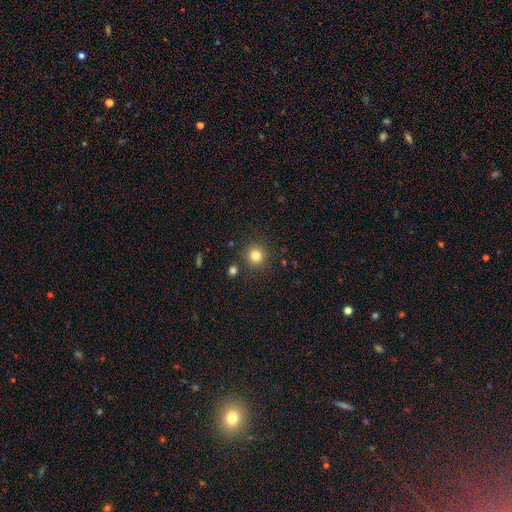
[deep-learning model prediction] Smooth or featured?
  - smooth: 81% *
  - star or artifact: 13%
  - featured or disk: 6%
How rounded?
  - round: 94% *
  - in between: 6%
  - cigar-shaped: 1%
Merging?
  - none: 87% *
  - minor disturbance: 7%
  - merger: 3%
  - major disturbance: 3%